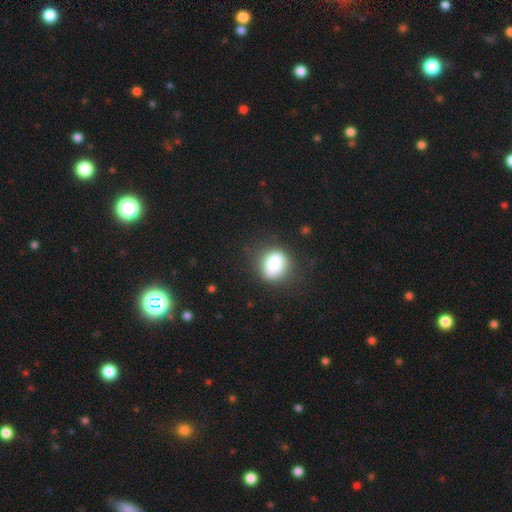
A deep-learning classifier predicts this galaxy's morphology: Overall: smooth (75%). How rounded: in between (54%; round 44%). Merging: none (83%).